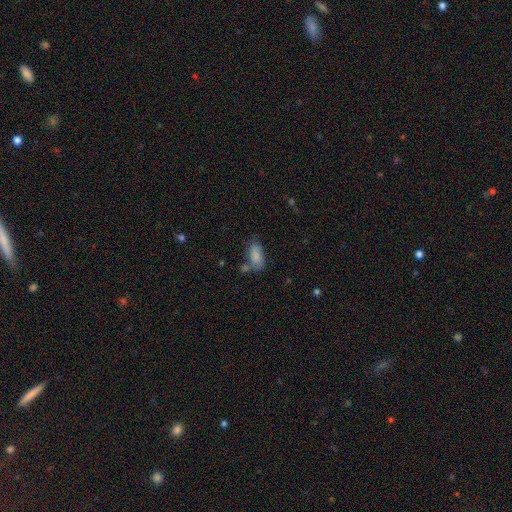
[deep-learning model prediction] smooth-or-featured: smooth: 84% | star or artifact: 8% | featured or disk: 8%
  how-rounded: in between: 89% | cigar-shaped: 8% | round: 3%
  merging: none: 53% | minor disturbance: 20% | merger: 19% | major disturbance: 8%